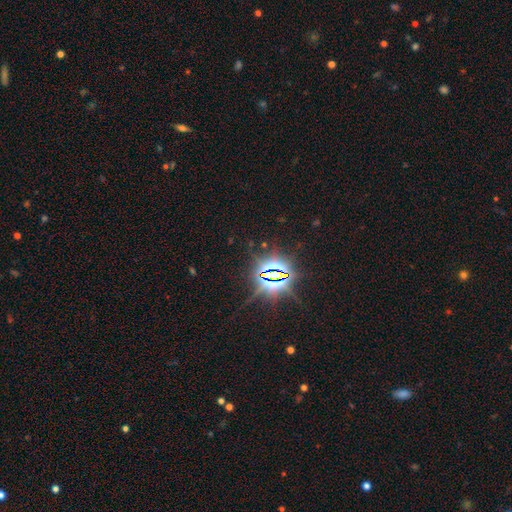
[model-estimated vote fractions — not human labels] smooth_or_featured: star or artifact (p=0.85) [alt: smooth p=0.09]